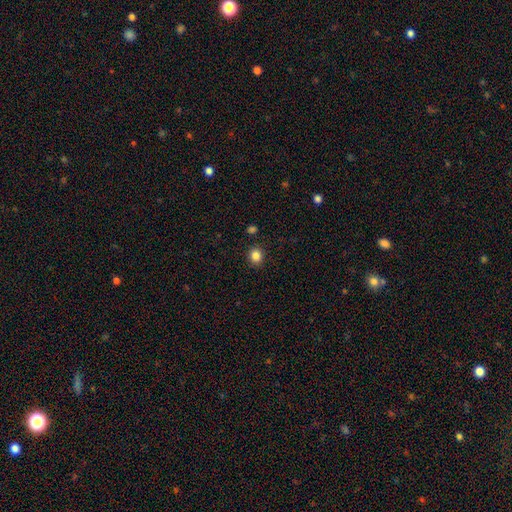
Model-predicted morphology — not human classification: Smooth or featured: smooth — 84% (star or artifact — 11%)
How rounded: round — 74% (in between — 25%)
Merging: none — 89% (minor disturbance — 7%)